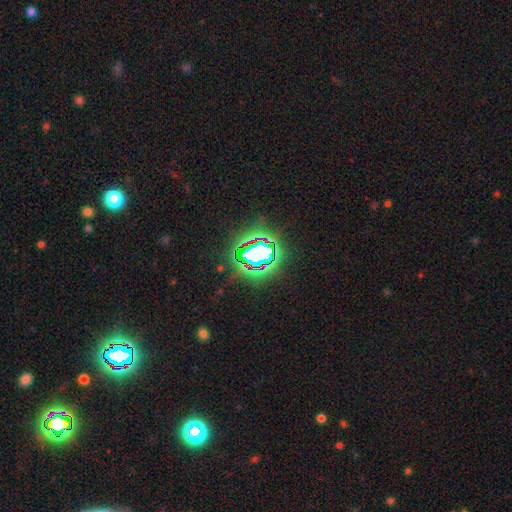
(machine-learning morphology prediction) smooth-or-featured: star or artifact: 72% | smooth: 16% | featured or disk: 12%